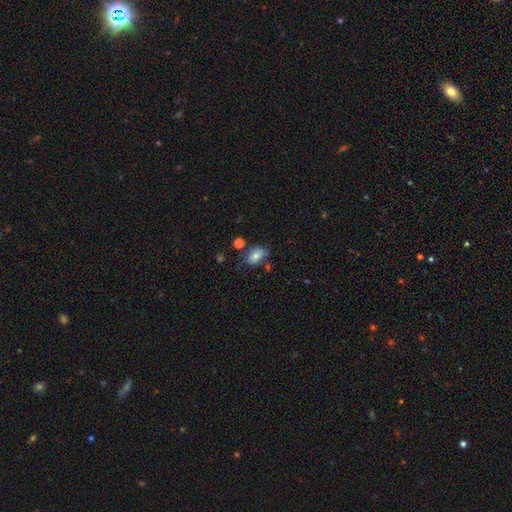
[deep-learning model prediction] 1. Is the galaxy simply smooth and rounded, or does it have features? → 76% smooth, 15% featured or disk, 10% star or artifact.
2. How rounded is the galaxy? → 86% in between, 13% round, 2% cigar-shaped.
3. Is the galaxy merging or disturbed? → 60% none, 25% minor disturbance, 8% merger, 7% major disturbance.